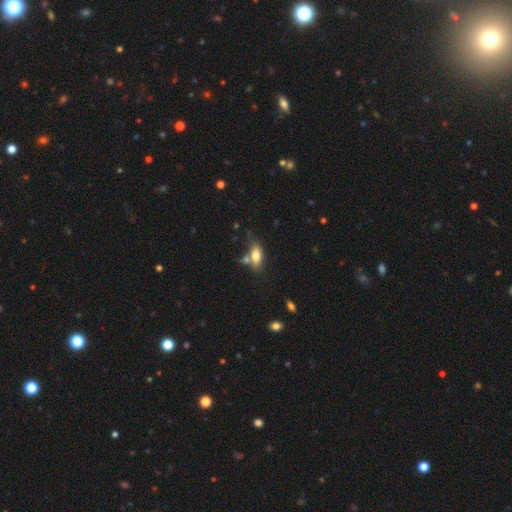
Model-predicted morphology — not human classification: A smooth galaxy with no disk features (75%) that is in between round and cigar-shaped (82%). Merging: none (56%).